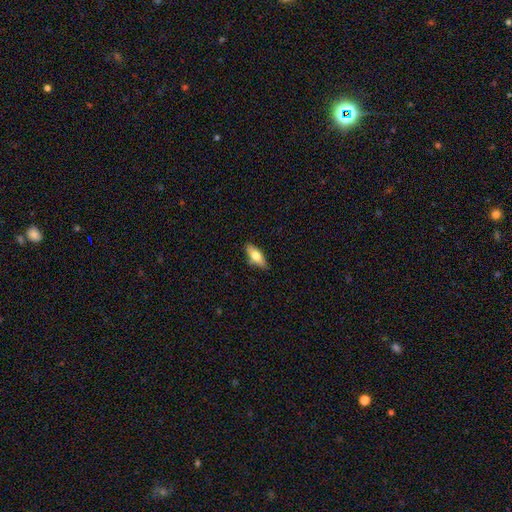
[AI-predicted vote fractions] Smooth or featured: smooth — 64% (featured or disk — 30%)
How rounded: in between — 73% (cigar-shaped — 24%)
Merging: none — 81% (minor disturbance — 15%)